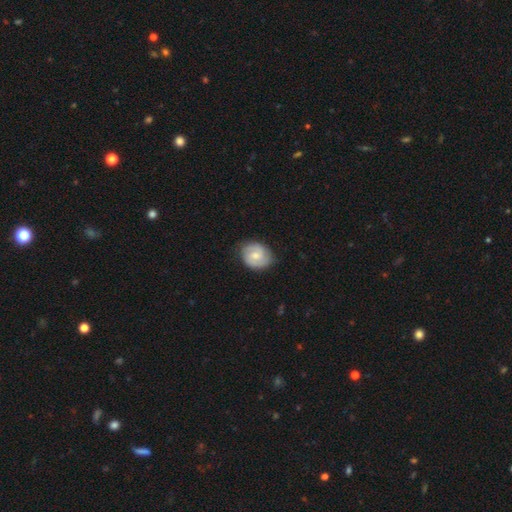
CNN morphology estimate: Smooth or featured? featured or disk (59%)
Edge-on disk? no (98%)
Bar? no (49%)
Spiral arms? yes (90%)
Spiral winding? tight (48%)
Spiral arm count? 2 (82%)
Bulge size? moderate (54%)
Merging? none (79%)